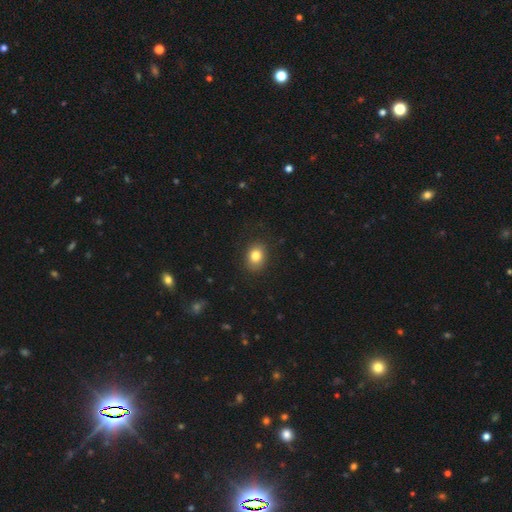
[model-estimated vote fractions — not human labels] The model was most divided on "how rounded": round: 50%, in between: 49%, cigar-shaped: 1%. More confident: merging — none (86%); smooth or featured — smooth (81%).